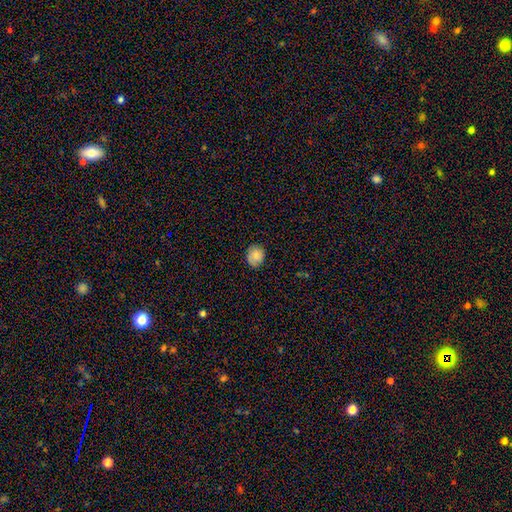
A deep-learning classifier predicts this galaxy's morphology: A smooth galaxy with no disk features (77%) that is round (70%). Merging: none (81%).